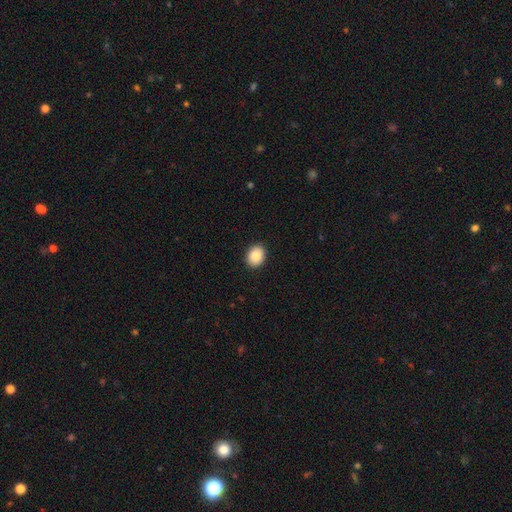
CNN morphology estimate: This appears to be a smooth galaxy with no disk features (87%) that is in between round and cigar-shaped (55%). Merging: none (91%).